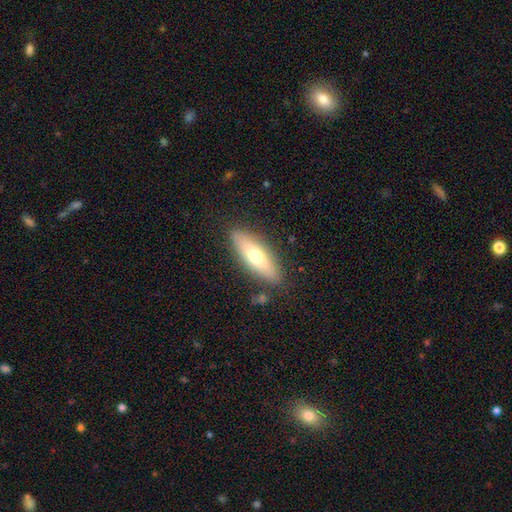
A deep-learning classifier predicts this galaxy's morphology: smooth 59%, featured or disk 34%, star or artifact 6%. Down the decision tree: how rounded — cigar-shaped (51%); merging — none (85%).